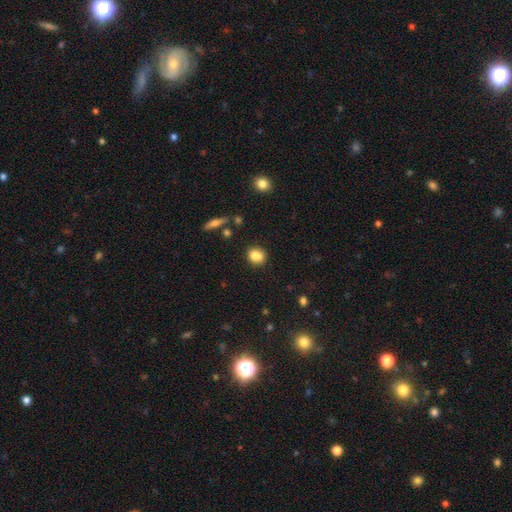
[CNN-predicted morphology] Smooth or featured? Predicted: smooth (p=0.80). How rounded? Predicted: round (p=0.61). Merging? Predicted: none (p=0.60).